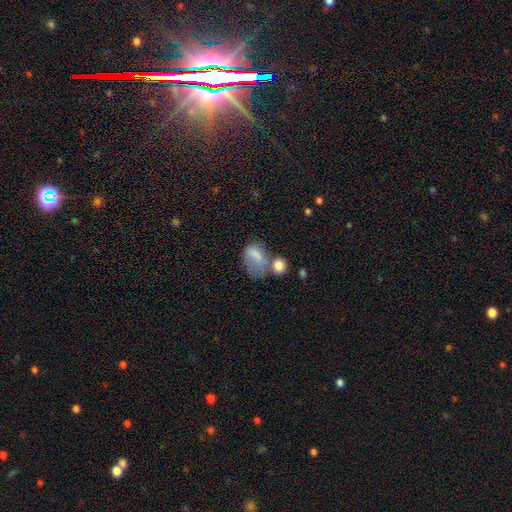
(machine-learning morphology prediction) Overall: smooth (72%). How rounded: in between (78%). Merging: merger (30%; major disturbance 28%).